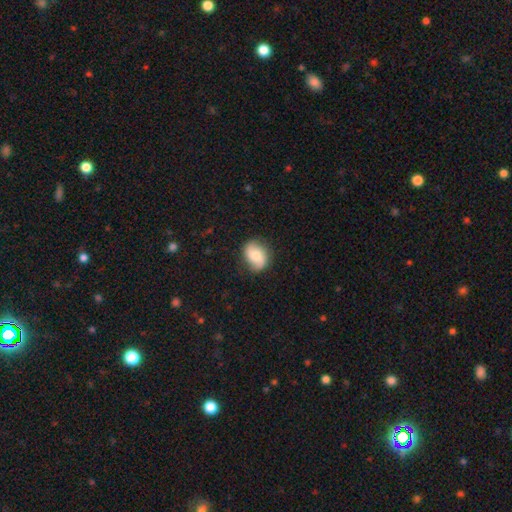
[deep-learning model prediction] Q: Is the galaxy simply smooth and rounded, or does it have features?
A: featured or disk — 48%.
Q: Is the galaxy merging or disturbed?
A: none — 80%.